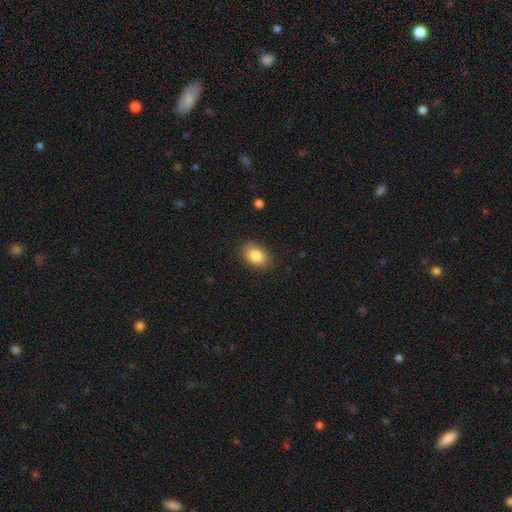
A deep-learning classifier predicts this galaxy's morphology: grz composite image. It shows a smooth galaxy with no disk features (85%) that is in between round and cigar-shaped (77%). Merging: none (85%).